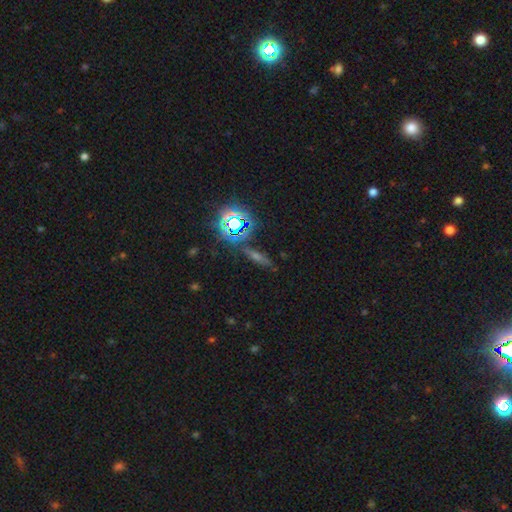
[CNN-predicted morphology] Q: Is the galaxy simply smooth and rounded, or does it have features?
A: star or artifact — 45%.